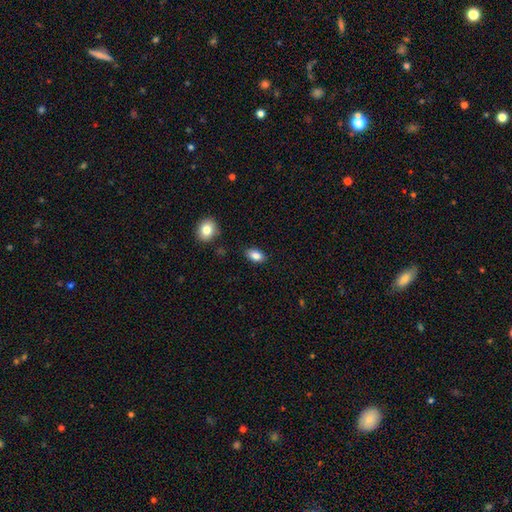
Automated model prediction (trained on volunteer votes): Smooth or featured?
  - smooth: 85% *
  - star or artifact: 8%
  - featured or disk: 7%
How rounded?
  - in between: 90% *
  - round: 8%
  - cigar-shaped: 3%
Merging?
  - none: 85% *
  - minor disturbance: 10%
  - major disturbance: 2%
  - merger: 2%